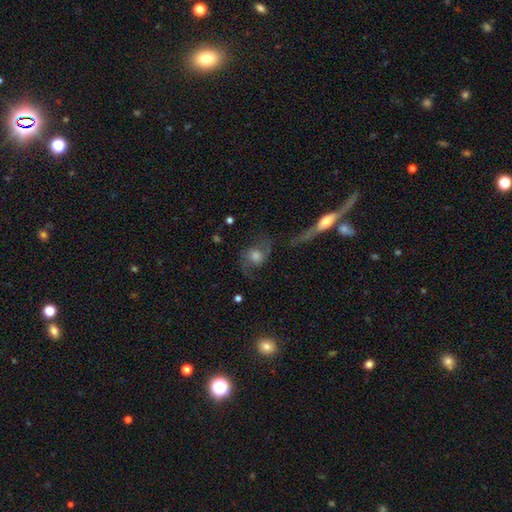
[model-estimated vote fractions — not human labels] A featured or disk galaxy (69%) with no bar (66%), 2 (89%) loose (54%) spiral arms (90%) and a moderate central bulge (40%). Merging: none (61%).